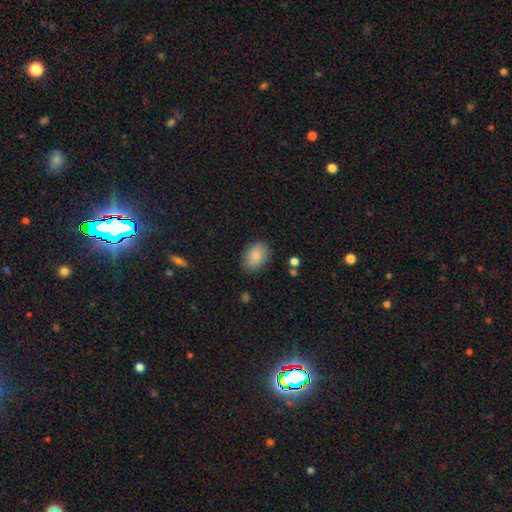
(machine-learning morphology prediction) Smooth or featured: smooth — 85% (featured or disk — 8%)
How rounded: in between — 79% (round — 20%)
Merging: none — 82% (minor disturbance — 13%)